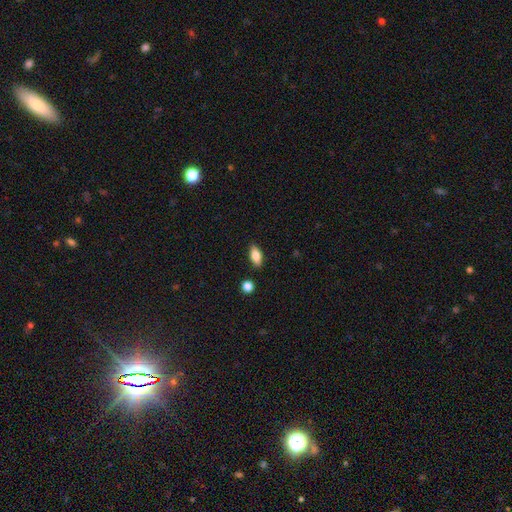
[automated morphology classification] This appears to be a smooth galaxy with no disk features (75%) that is in between round and cigar-shaped (83%). Merging: none (86%).